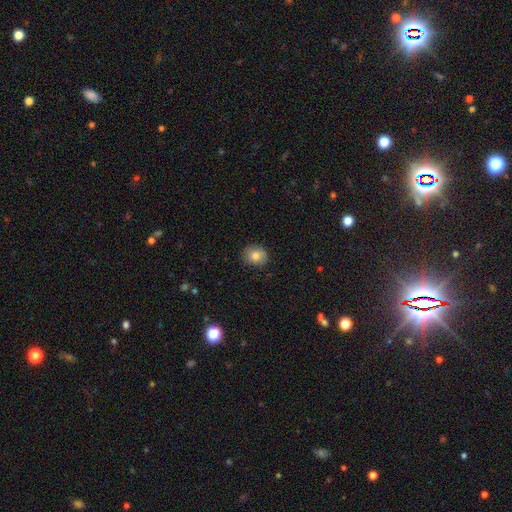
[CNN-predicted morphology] A smooth galaxy with no disk features (81%) that is round (69%). Merging: none (83%).